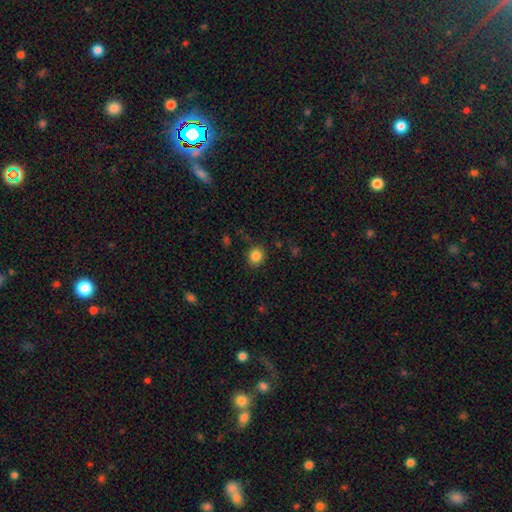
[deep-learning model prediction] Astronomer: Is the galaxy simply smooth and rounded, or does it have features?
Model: smooth — 85%.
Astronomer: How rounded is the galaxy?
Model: round — 75%.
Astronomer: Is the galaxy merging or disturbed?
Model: none — 84%.